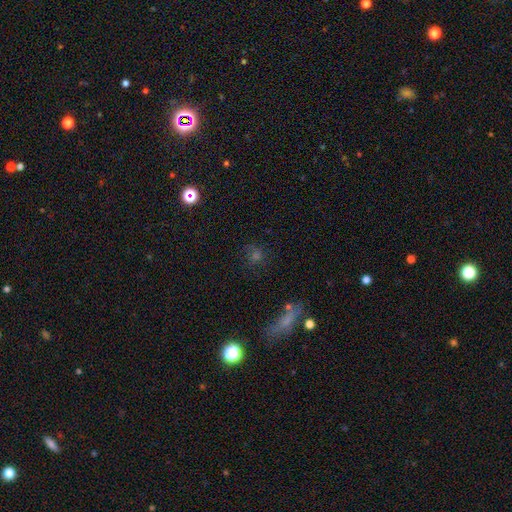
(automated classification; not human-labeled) The model was most divided on "smooth or featured": smooth: 46%, star or artifact: 38%, featured or disk: 16%. More confident: merging — none (74%).